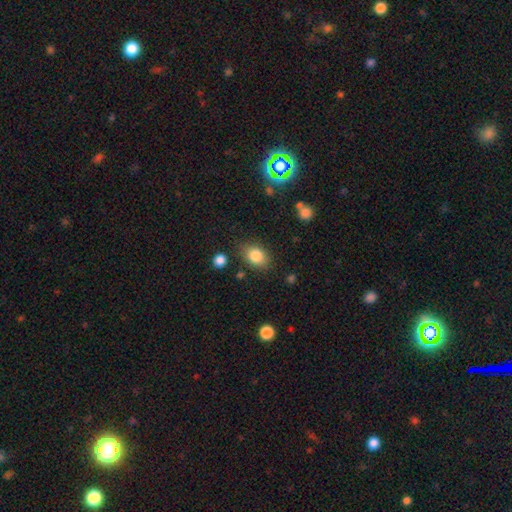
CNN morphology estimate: Smooth or featured: smooth — 83% (star or artifact — 9%)
How rounded: in between — 74% (round — 25%)
Merging: none — 79% (minor disturbance — 14%)